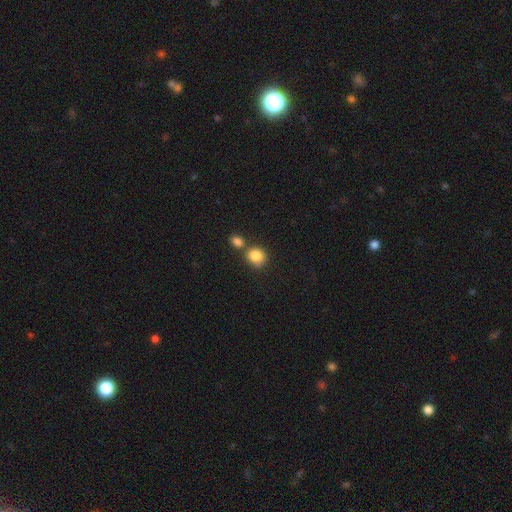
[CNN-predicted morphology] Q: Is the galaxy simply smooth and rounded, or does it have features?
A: smooth — 85%.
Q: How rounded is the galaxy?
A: round — 76%.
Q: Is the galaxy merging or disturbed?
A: none — 53%.